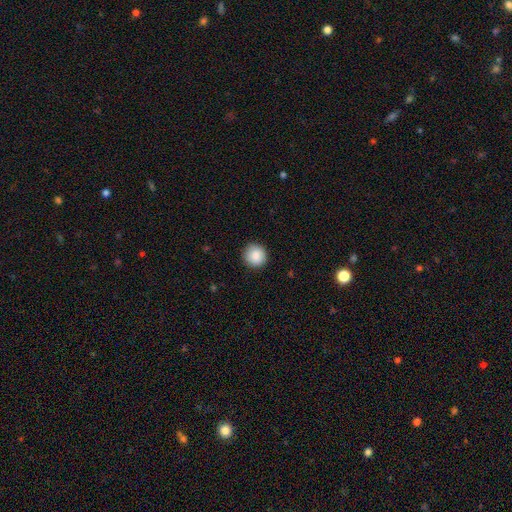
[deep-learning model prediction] This appears to be a smooth galaxy with no disk features (88%) that is round (94%). Merging: none (91%).